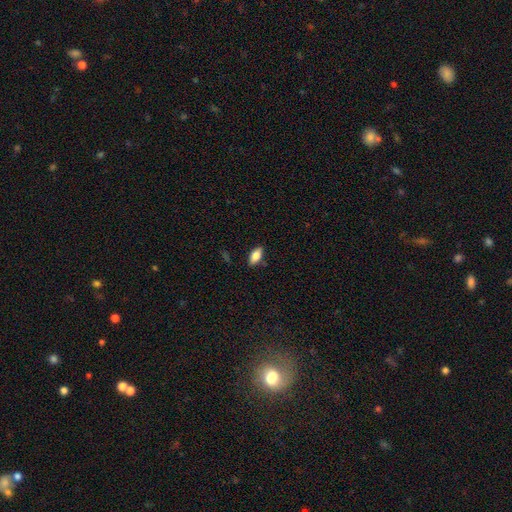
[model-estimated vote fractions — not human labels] smooth 79%, featured or disk 14%, star or artifact 7%. Down the decision tree: how rounded — in between (86%); merging — none (85%).